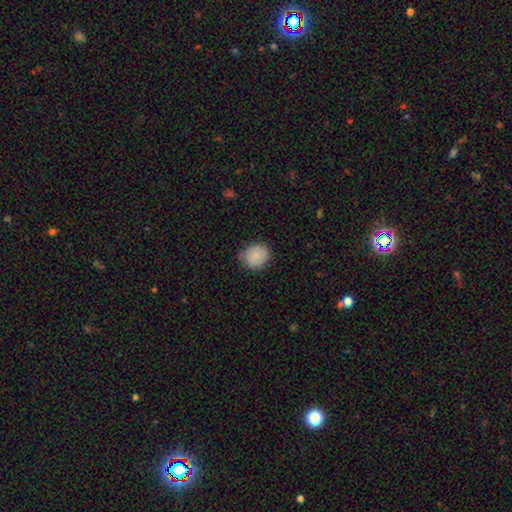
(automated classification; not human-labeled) A smooth galaxy with no disk features (84%) that is round (75%). Merging: none (73%).